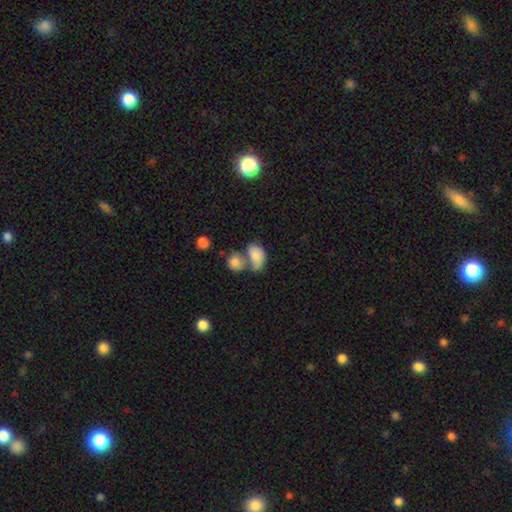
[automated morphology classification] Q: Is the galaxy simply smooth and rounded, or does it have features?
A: smooth — 75%.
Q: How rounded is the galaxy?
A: in between — 80%.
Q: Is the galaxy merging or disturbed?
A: merger — 58%.